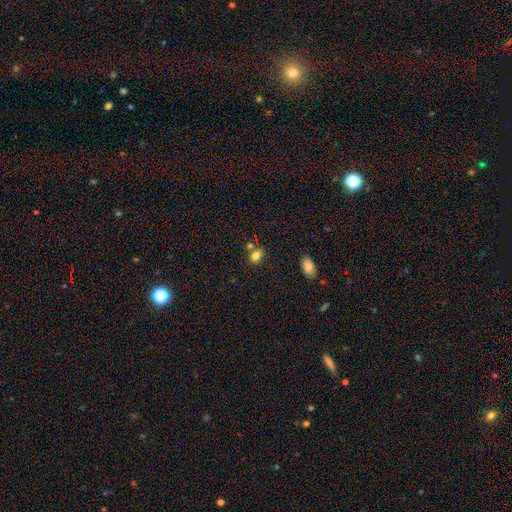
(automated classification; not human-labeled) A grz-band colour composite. It shows a smooth galaxy with no disk features (78%) that is in between round and cigar-shaped (68%). Merging: none (66%).